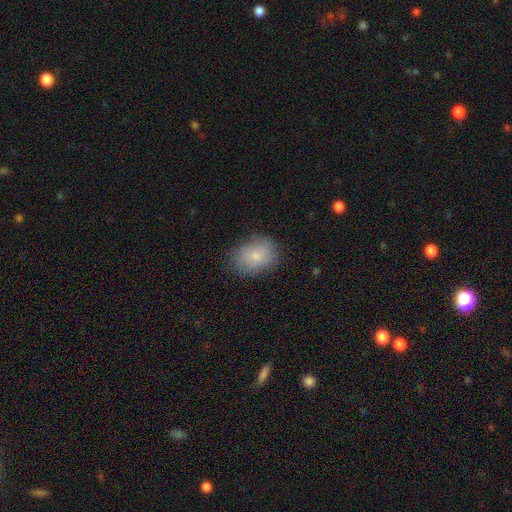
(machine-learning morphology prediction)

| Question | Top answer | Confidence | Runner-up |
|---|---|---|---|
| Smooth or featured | smooth | 81% | featured or disk (11%) |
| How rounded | in between | 65% | round (34%) |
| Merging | none | 78% | minor disturbance (16%) |